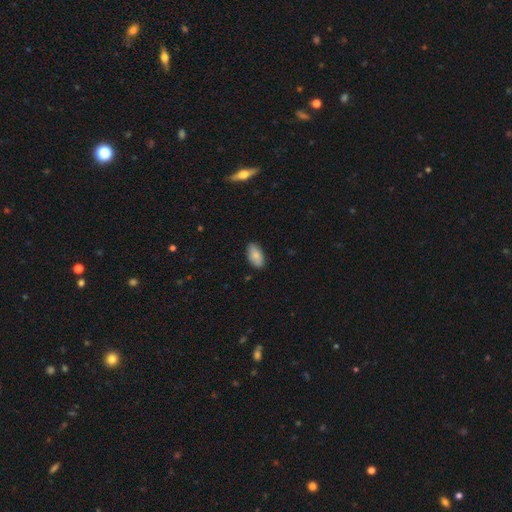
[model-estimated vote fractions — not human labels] A smooth galaxy with no disk features (84%) that is in between round and cigar-shaped (94%). Merging: none (86%).